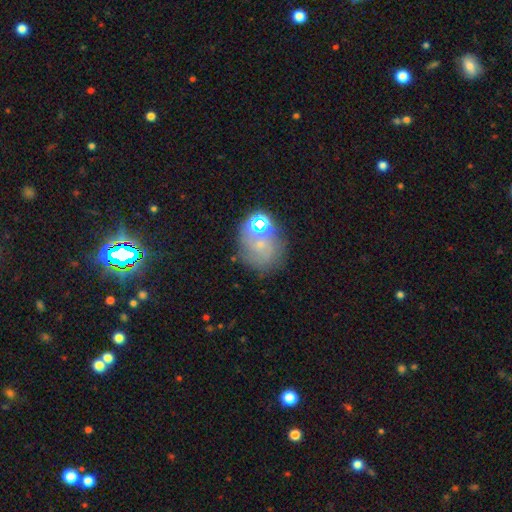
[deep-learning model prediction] The model was most divided on "smooth or featured": smooth: 42%, star or artifact: 30%, featured or disk: 29%. Remaining: merging — none (49%).